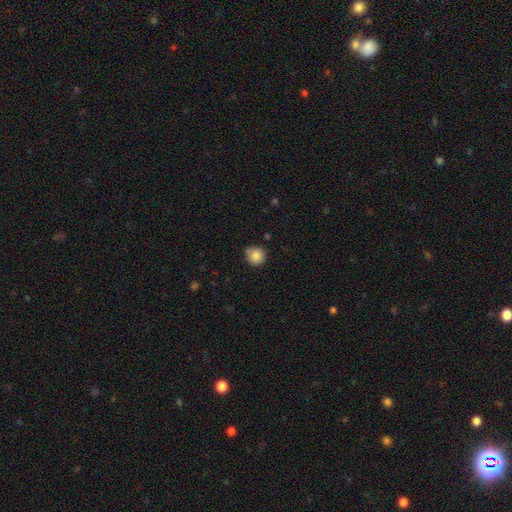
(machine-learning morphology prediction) type=smooth (86%); roundness=round (92%); merging=none (75%).